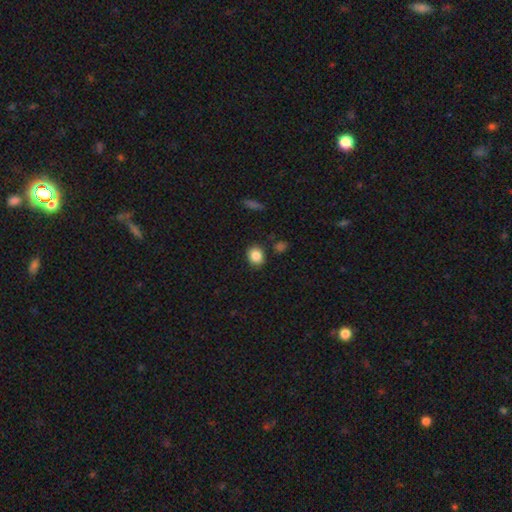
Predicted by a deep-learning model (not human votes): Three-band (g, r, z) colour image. It shows a smooth galaxy with no disk features (86%) that is round (71%). Merging: none (85%).